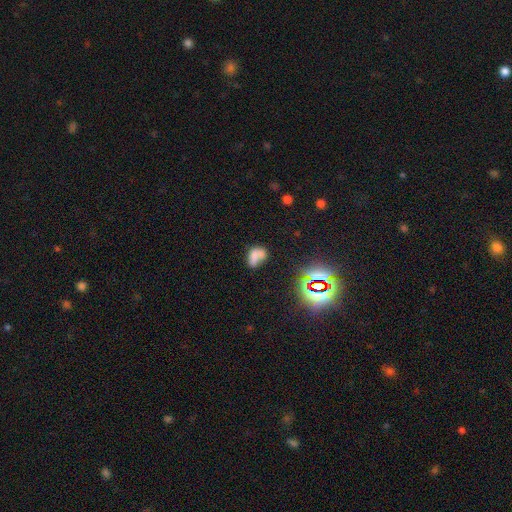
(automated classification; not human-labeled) Morphology: type=smooth (61%); roundness=in between (81%); merging=none (32%).